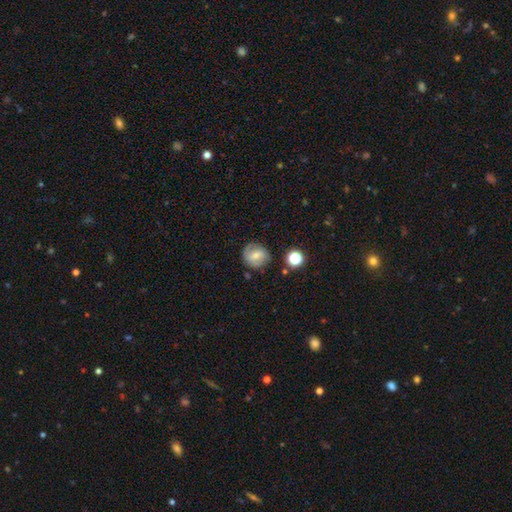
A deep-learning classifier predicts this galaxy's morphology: This is possibly a smooth galaxy (49%). Merging: likely none (75%).